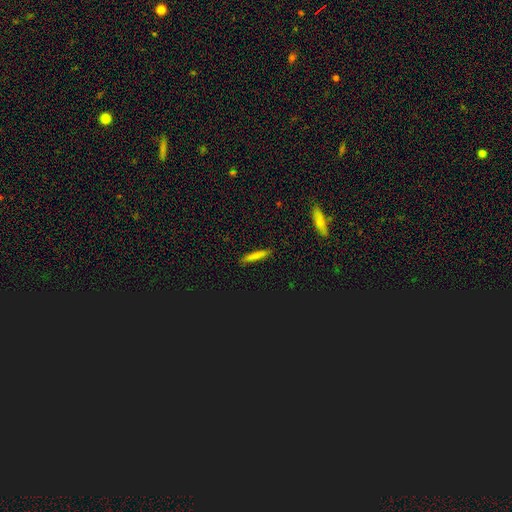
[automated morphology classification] Smooth or featured: smooth — 74% (featured or disk — 13%)
How rounded: cigar-shaped — 91% (in between — 7%)
Merging: none — 88% (minor disturbance — 9%)